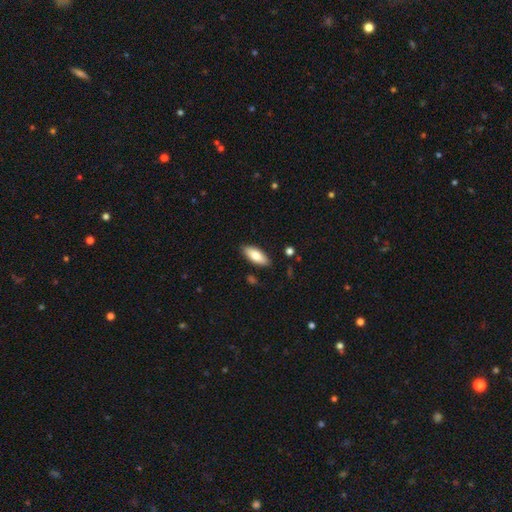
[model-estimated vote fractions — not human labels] Smooth or featured?
  - smooth: 78% *
  - featured or disk: 16%
  - star or artifact: 6%
How rounded?
  - in between: 78% *
  - cigar-shaped: 20%
  - round: 2%
Merging?
  - none: 87% *
  - minor disturbance: 9%
  - major disturbance: 2%
  - merger: 2%